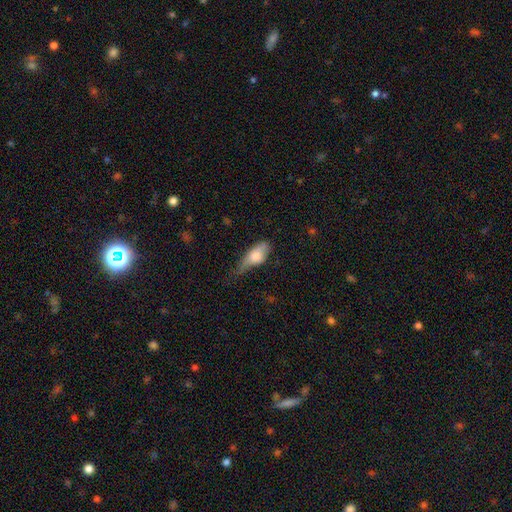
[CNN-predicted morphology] This appears to be a smooth galaxy with no disk features (71%) that is in between round and cigar-shaped (80%). Merging: minor disturbance (45%).